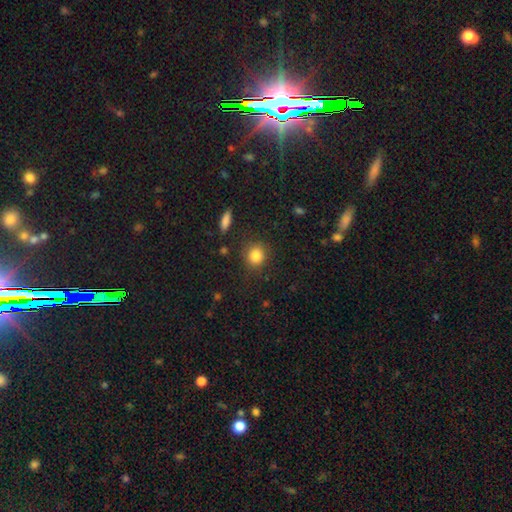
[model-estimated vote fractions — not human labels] smooth 85%, star or artifact 10%, featured or disk 5%. Down the decision tree: how rounded — round (82%); merging — none (84%).